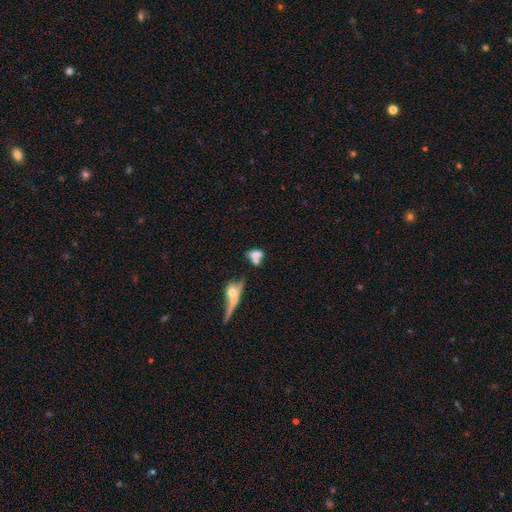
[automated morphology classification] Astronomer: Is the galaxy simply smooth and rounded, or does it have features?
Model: smooth — 67%.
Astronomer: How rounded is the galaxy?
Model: in between — 76%.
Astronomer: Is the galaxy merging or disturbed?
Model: merger — 50% (runner-up: none, 29%).